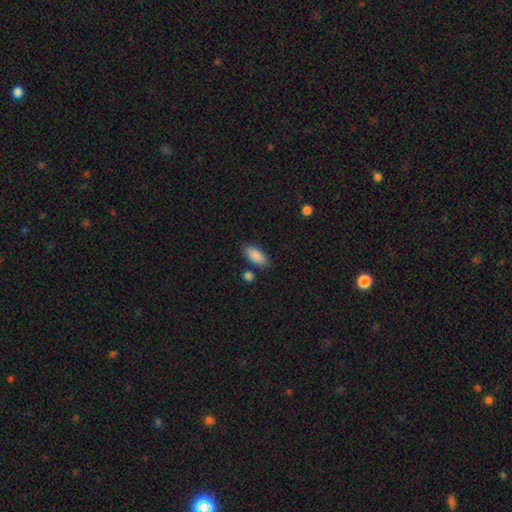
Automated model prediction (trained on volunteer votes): smooth 88%, star or artifact 7%, featured or disk 5%. Down the decision tree: how rounded — in between (89%); merging — none (79%).